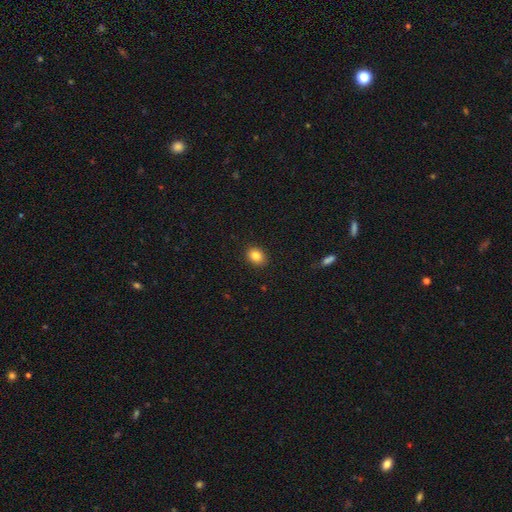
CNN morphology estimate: smooth_or_featured: smooth (p=0.85) [alt: star or artifact p=0.09]
how_rounded: in between (p=0.54) [alt: round p=0.45]
merging: none (p=0.90) [alt: minor disturbance p=0.07]